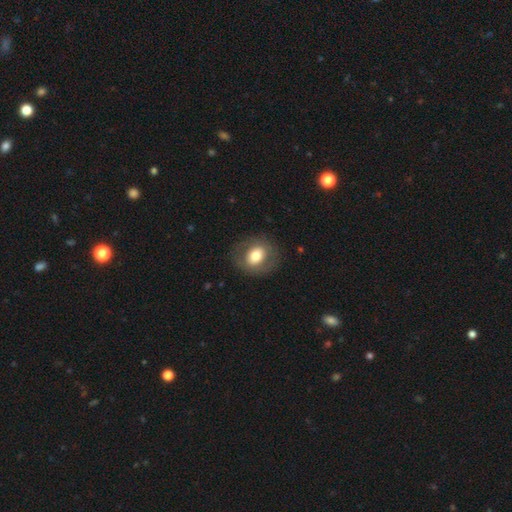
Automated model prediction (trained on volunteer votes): Q: Smooth or featured?
A: smooth (63%); runner-up: featured or disk (29%)
Q: How rounded?
A: round (59%); runner-up: in between (40%)
Q: Merging?
A: none (81%); runner-up: minor disturbance (11%)